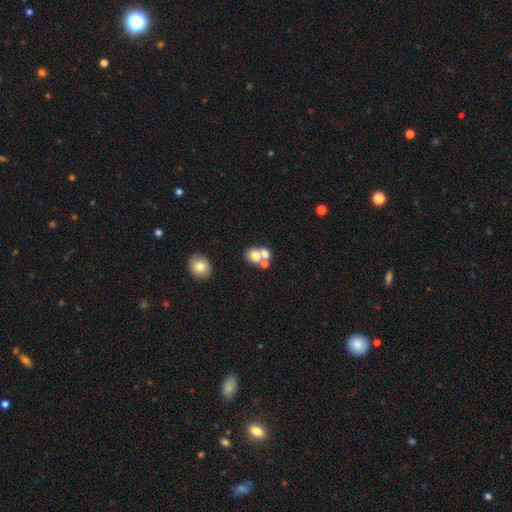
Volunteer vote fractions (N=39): smooth-or-featured: smooth: 74% | featured or disk: 23% | star or artifact: 3%
  how-rounded: round: 69% | in between: 31% | cigar-shaped: 0%
  merging: merger: 68% | none: 21% | major disturbance: 8% | minor disturbance: 3%